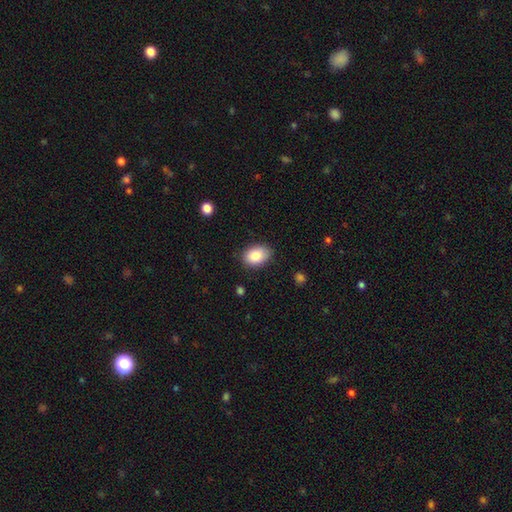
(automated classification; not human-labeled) Smooth or featured: smooth — 87% (star or artifact — 7%)
How rounded: in between — 86% (round — 13%)
Merging: none — 81% (minor disturbance — 15%)